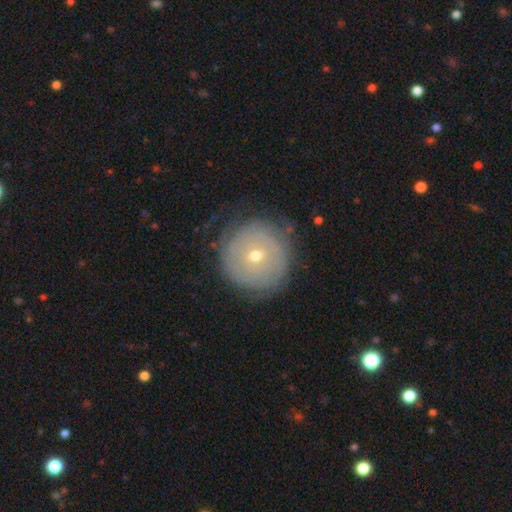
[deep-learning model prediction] smooth-or-featured: featured or disk: 57% | smooth: 34% | star or artifact: 9%
  disk-edge-on: no: 96% | yes: 4%
    bar: no: 69% | weak: 25% | strong: 6%
    has-spiral-arms: yes: 65% | no: 35%
    bulge-size: small: 53% | moderate: 43% | large: 2% | dominant: 1% | none: 1%
  merging: none: 75% | minor disturbance: 17% | major disturbance: 7% | merger: 2%